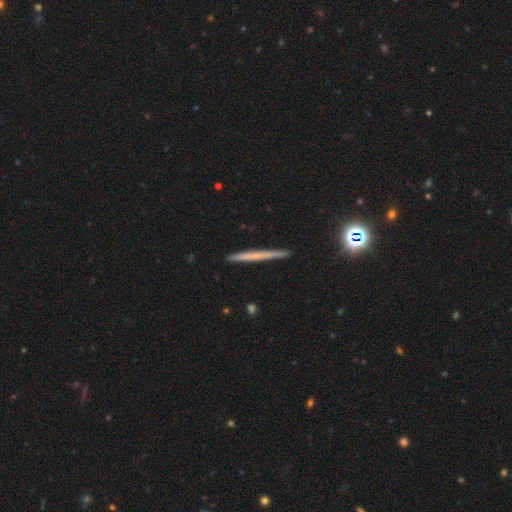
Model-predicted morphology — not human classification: This is possibly a smooth galaxy (48%). Merging: clearly none (92%).